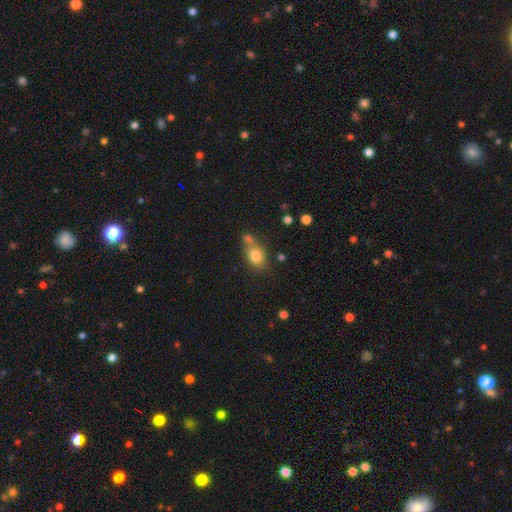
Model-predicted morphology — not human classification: Smooth or featured? smooth (80%)
How rounded? in between (65%)
Merging? none (50%)